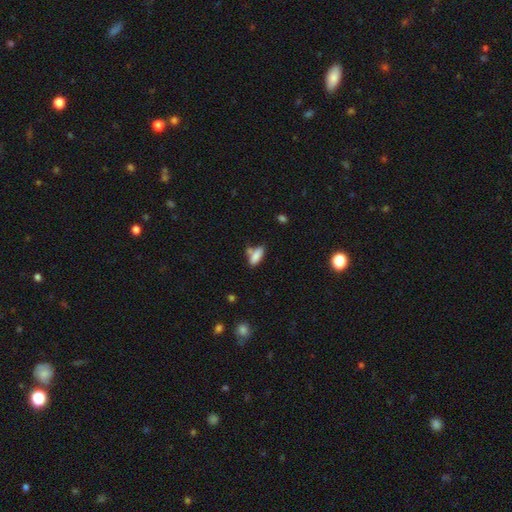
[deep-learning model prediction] A smooth galaxy with no disk features (81%) that is in between round and cigar-shaped (73%).

Vote fractions:
- Smooth or featured? smooth: 81% / featured or disk: 11% / star or artifact: 8%
- How rounded? in between: 73% / cigar-shaped: 25% / round: 3%
- Merging? none: 48% / merger: 27% / minor disturbance: 19% / major disturbance: 6%